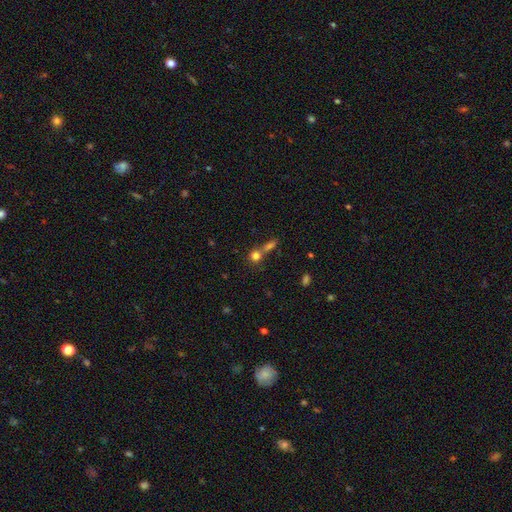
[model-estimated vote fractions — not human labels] This appears to be a smooth galaxy with no disk features (75%) that is round (79%). Merging: none (47%).